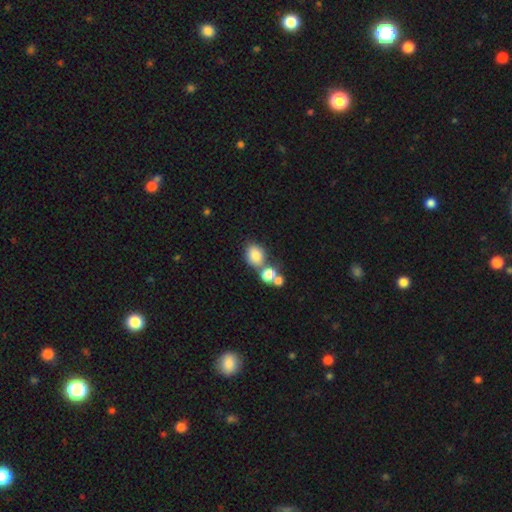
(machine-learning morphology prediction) Smooth or featured? smooth (79%)
How rounded? round (53%)
Merging? none (44%)